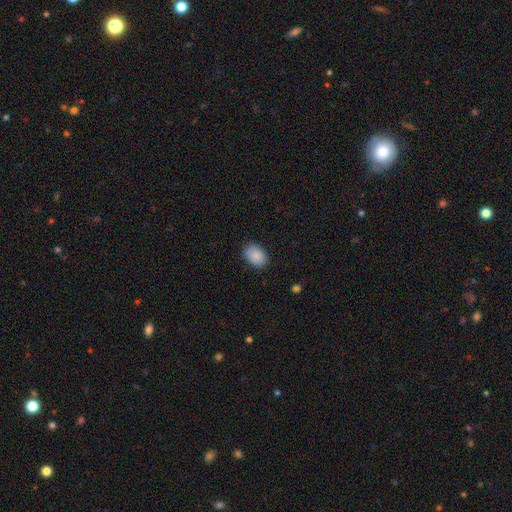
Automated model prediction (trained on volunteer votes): This is clearly a smooth galaxy (89%). How rounded: clearly in between (85%). Merging: clearly none (85%).